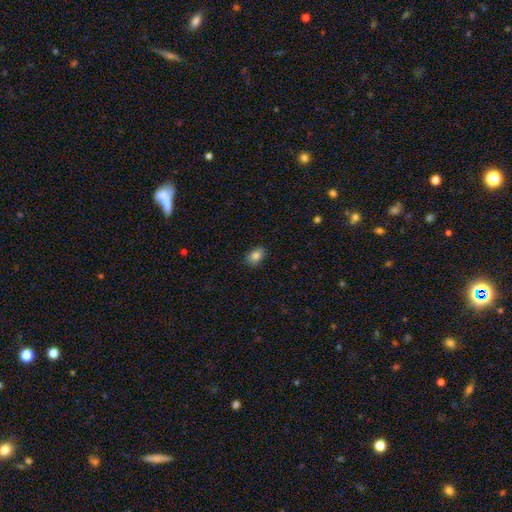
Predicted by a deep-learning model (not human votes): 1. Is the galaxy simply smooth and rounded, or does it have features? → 84% smooth, 10% star or artifact, 6% featured or disk.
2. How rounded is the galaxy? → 80% in between, 19% round, 1% cigar-shaped.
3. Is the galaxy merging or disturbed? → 86% none, 11% minor disturbance, 2% major disturbance, 1% merger.